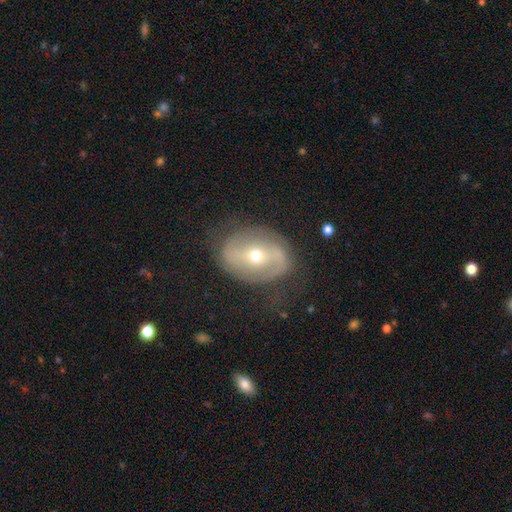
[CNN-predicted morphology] The model was most divided on "bulge size": moderate: 50%, small: 46%, large: 2%, dominant: 1%, none: 1%. Remaining: edge-on disk — no (95%); smooth or featured — featured or disk (74%); merging — none (73%); spiral arms — yes (69%); bar — strong (38%).